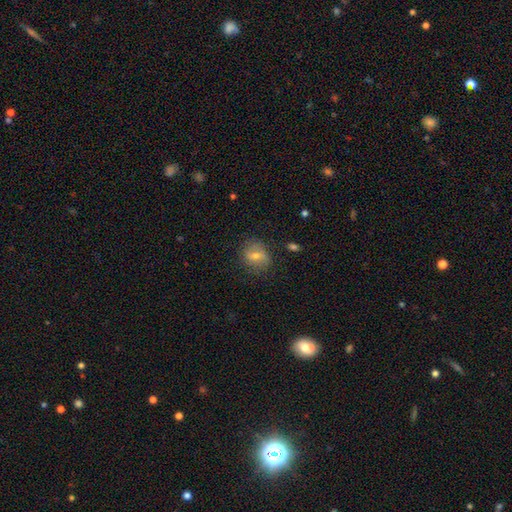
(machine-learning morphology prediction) Smooth or featured? smooth (61%)
How rounded? round (60%)
Merging? none (76%)